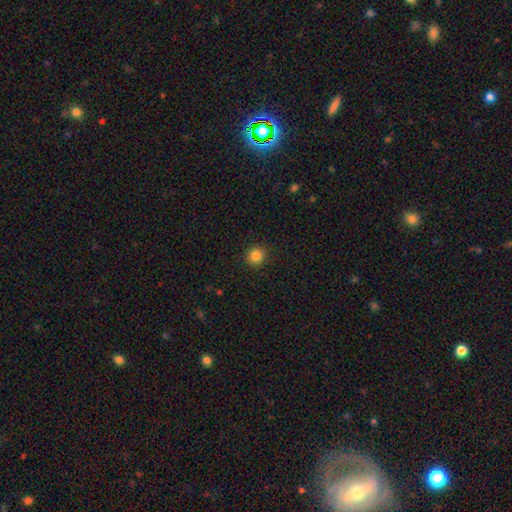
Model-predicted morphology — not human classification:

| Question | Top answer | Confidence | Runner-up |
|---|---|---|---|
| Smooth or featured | smooth | 84% | star or artifact (12%) |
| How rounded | round | 92% | in between (7%) |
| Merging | none | 92% | minor disturbance (6%) |